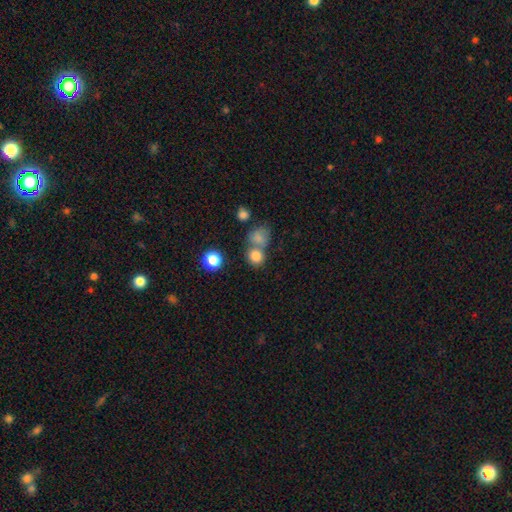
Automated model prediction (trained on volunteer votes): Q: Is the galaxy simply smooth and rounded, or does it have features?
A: smooth — 80%.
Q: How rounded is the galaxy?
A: round — 80%.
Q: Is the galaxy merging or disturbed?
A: none — 51%.